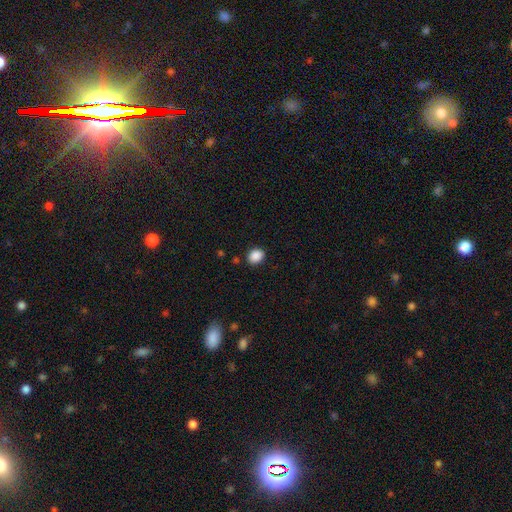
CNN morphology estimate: The model was most divided on "how rounded": round: 51%, in between: 48%, cigar-shaped: 1%. More confident: smooth or featured — smooth (88%); merging — none (86%).